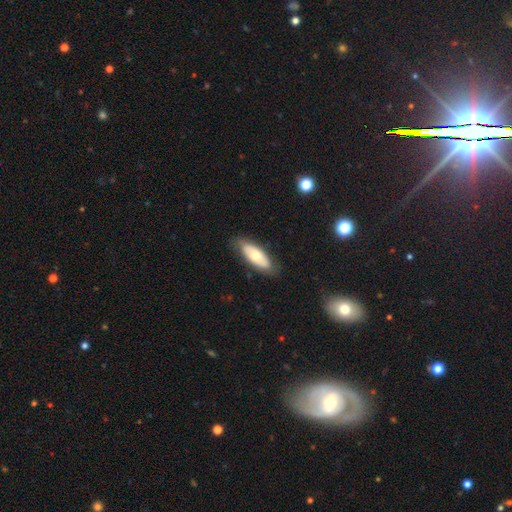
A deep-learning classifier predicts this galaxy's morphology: smooth-or-featured: smooth: 58% | featured or disk: 37% | star or artifact: 5%
  how-rounded: in between: 77% | cigar-shaped: 20% | round: 2%
  merging: none: 81% | minor disturbance: 15% | major disturbance: 3% | merger: 1%